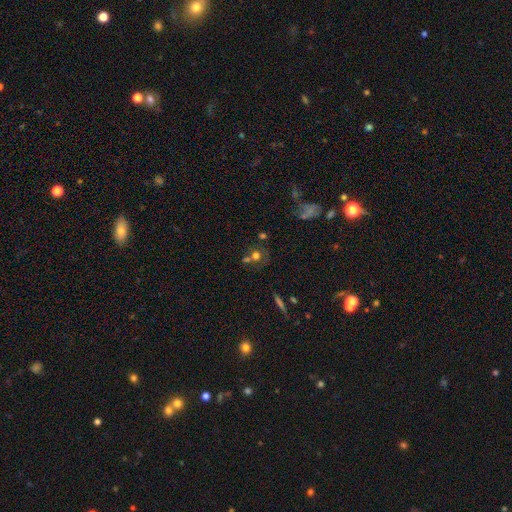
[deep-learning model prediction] smooth 57%, featured or disk 27%, star or artifact 16%. Down the decision tree: how rounded — round (78%); merging — none (42%).